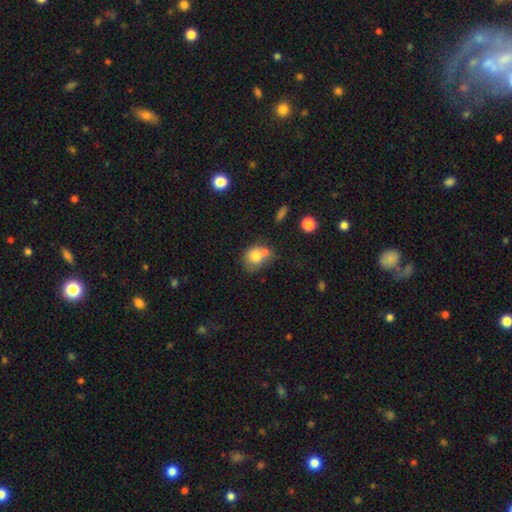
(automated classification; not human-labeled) A smooth galaxy with no disk features (74%) that is round (67%). Merging: merger (48%).